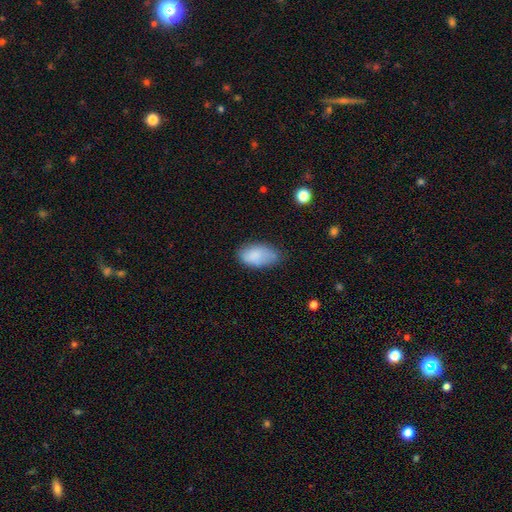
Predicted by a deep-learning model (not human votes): Overall: smooth (83%). How rounded: in between (94%). Merging: none (53%; minor disturbance 35%).